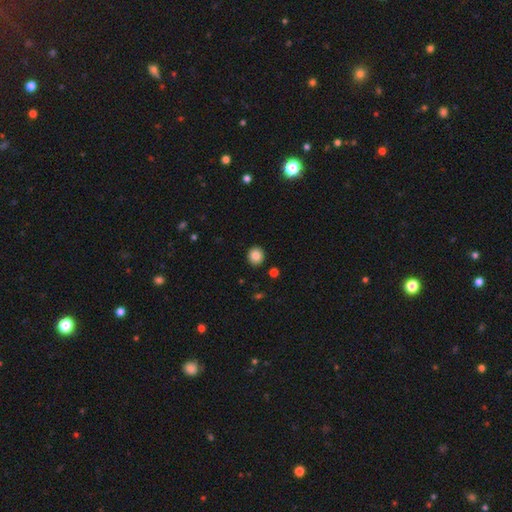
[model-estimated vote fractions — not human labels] This appears to be a smooth galaxy with no disk features (85%) that is round (84%). Merging: none (92%).